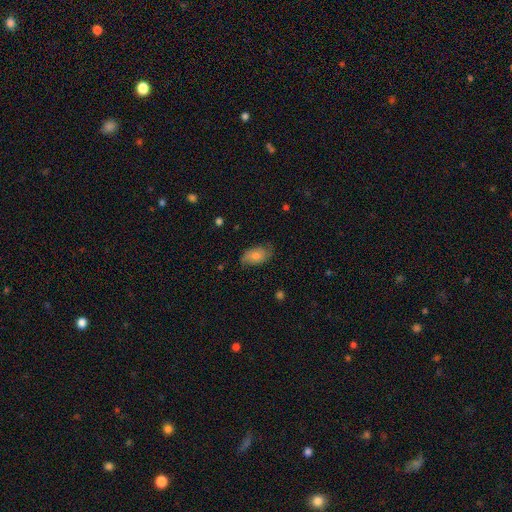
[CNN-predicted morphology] Smooth or featured?
  - smooth: 67% *
  - featured or disk: 25%
  - star or artifact: 8%
How rounded?
  - in between: 91% *
  - round: 7%
  - cigar-shaped: 2%
Merging?
  - none: 69% *
  - minor disturbance: 24%
  - major disturbance: 6%
  - merger: 1%